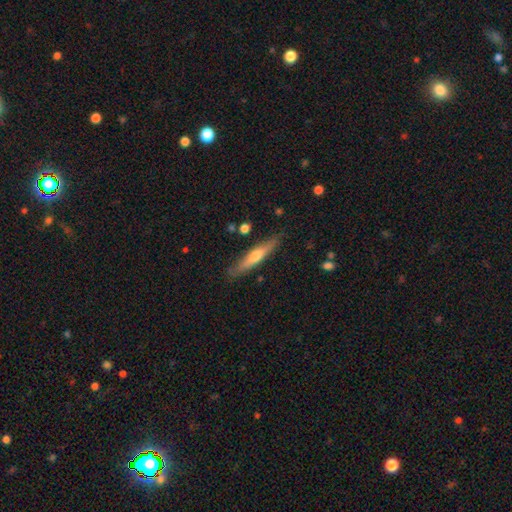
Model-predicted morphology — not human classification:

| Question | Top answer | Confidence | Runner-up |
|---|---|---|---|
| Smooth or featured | featured or disk | 52% | smooth (42%) |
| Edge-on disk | yes | 93% | no (7%) |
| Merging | none | 85% | minor disturbance (11%) |